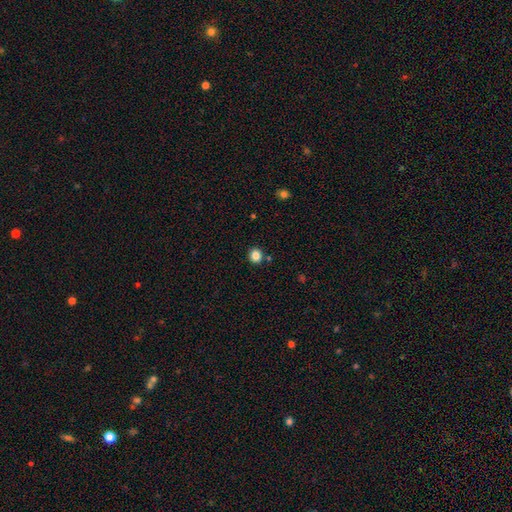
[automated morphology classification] smooth 85%, star or artifact 11%, featured or disk 4%. Down the decision tree: how rounded — round (84%); merging — none (87%).